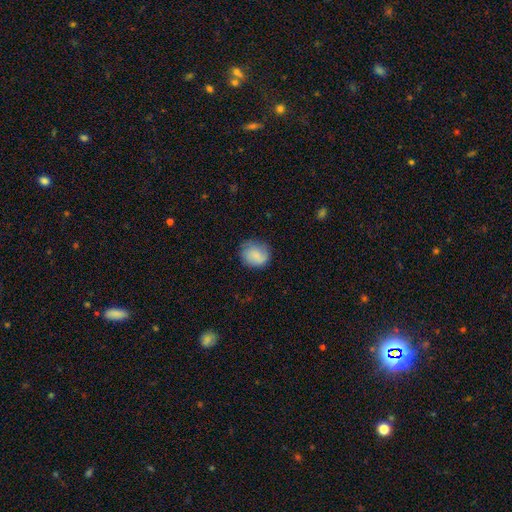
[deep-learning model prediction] A smooth galaxy with no disk features (78%) that is round (73%). Merging: none (73%).